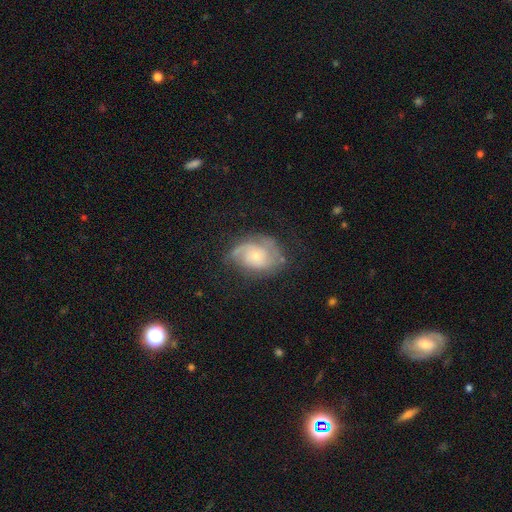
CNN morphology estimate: featured or disk 74%, smooth 19%, star or artifact 7%. Down the decision tree: edge-on disk — no (97%); bar — no (74%); spiral arms — yes (91%); spiral arm count — 2 (46%); spiral winding — tight (43%); bulge size — small (60%); merging — none (61%).